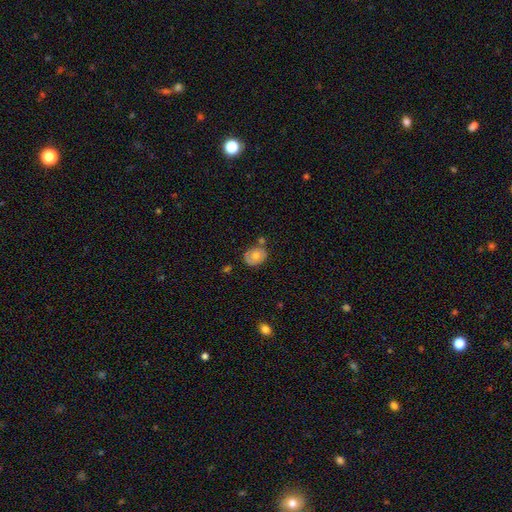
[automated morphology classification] smooth 56%, featured or disk 37%, star or artifact 8%. Down the decision tree: how rounded — in between (58%); merging — none (63%).